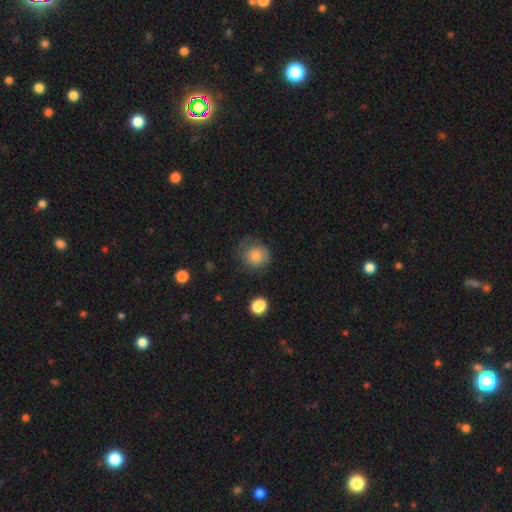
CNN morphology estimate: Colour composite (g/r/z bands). It shows a smooth galaxy with no disk features (78%) that is round (79%). Merging: none (57%).